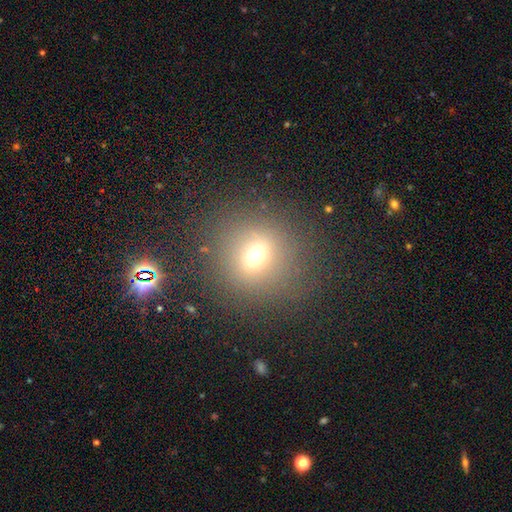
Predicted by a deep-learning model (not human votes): Overall: smooth (63%). How rounded: round (81%). Merging: none (82%).